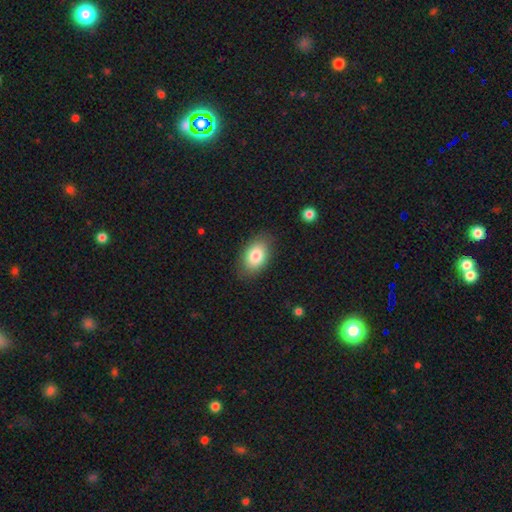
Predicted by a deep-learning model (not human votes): Smooth or featured? Predicted: smooth (p=0.81). How rounded? Predicted: in between (p=0.88). Merging? Predicted: none (p=0.82).